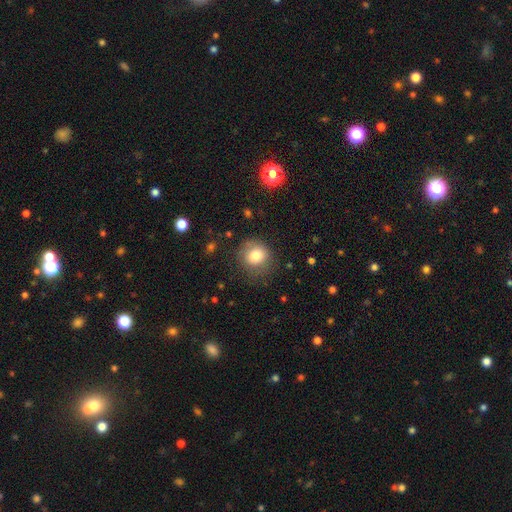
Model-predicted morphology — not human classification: smooth-or-featured: smooth: 79% | featured or disk: 11% | star or artifact: 10%
  how-rounded: round: 82% | in between: 17% | cigar-shaped: 1%
  merging: none: 71% | minor disturbance: 19% | major disturbance: 8% | merger: 2%